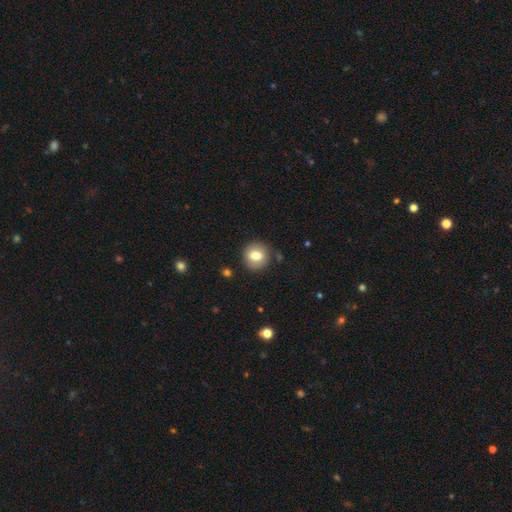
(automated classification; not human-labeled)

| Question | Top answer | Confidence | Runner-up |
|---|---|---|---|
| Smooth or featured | smooth | 77% | featured or disk (14%) |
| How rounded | round | 84% | in between (15%) |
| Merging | none | 87% | minor disturbance (9%) |